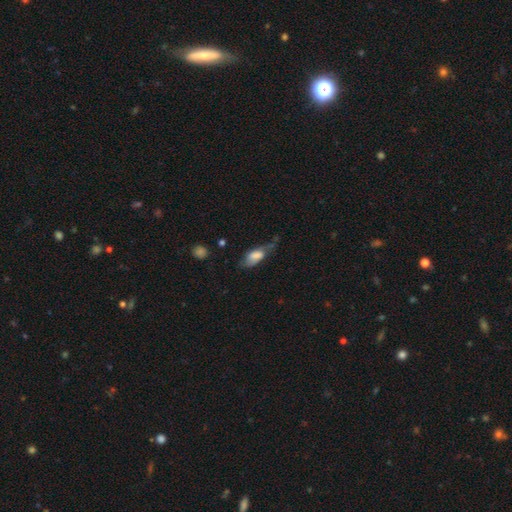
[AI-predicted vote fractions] A smooth galaxy with no disk features (64%) that is in between round and cigar-shaped (81%). Merging: minor disturbance (34%).